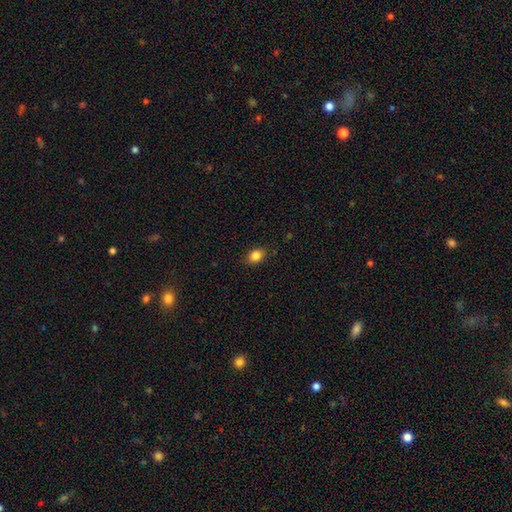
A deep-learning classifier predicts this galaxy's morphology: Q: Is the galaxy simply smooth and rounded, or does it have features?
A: smooth — 84%.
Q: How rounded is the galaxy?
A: in between — 65%.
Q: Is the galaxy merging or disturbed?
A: none — 86%.